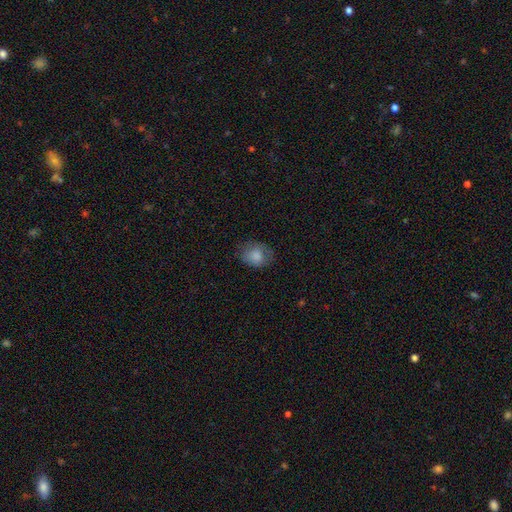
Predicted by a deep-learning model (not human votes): Overall: smooth (82%). How rounded: in between (53%; round 46%). Merging: none (69%).